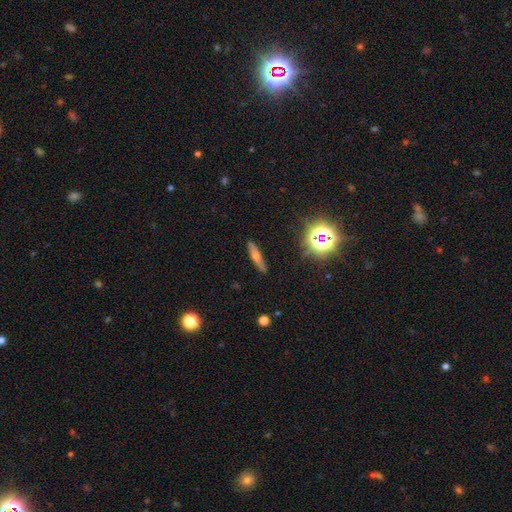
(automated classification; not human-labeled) smooth-or-featured: smooth: 44% | featured or disk: 42% | star or artifact: 14%
  merging: none: 88% | minor disturbance: 9% | major disturbance: 2% | merger: 1%